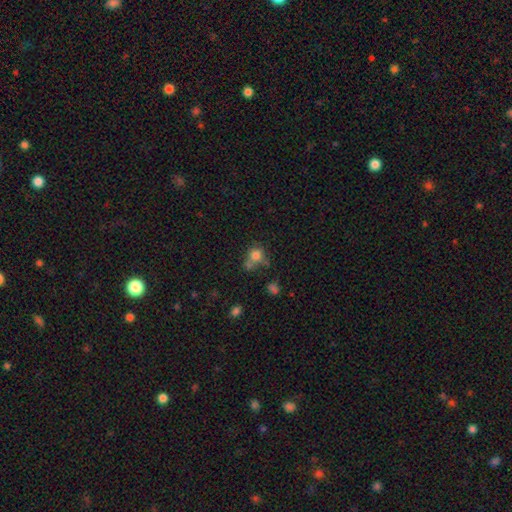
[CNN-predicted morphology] smooth-or-featured: smooth: 77% | star or artifact: 13% | featured or disk: 10%
  how-rounded: round: 78% | in between: 21% | cigar-shaped: 1%
  merging: none: 46% | merger: 30% | minor disturbance: 16% | major disturbance: 8%